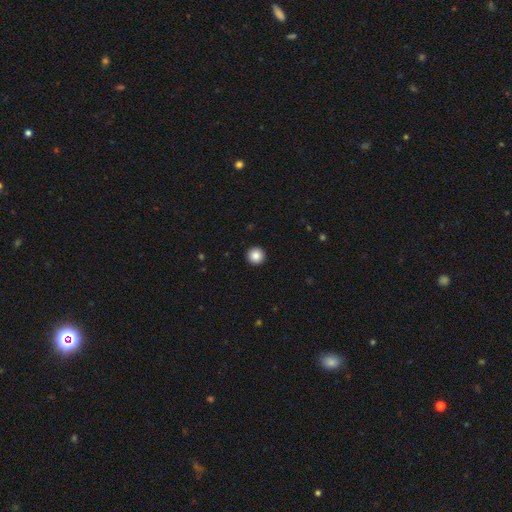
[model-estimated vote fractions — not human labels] Q: Smooth or featured?
A: smooth (86%); runner-up: star or artifact (10%)
Q: How rounded?
A: round (96%); runner-up: in between (3%)
Q: Merging?
A: none (94%); runner-up: minor disturbance (4%)